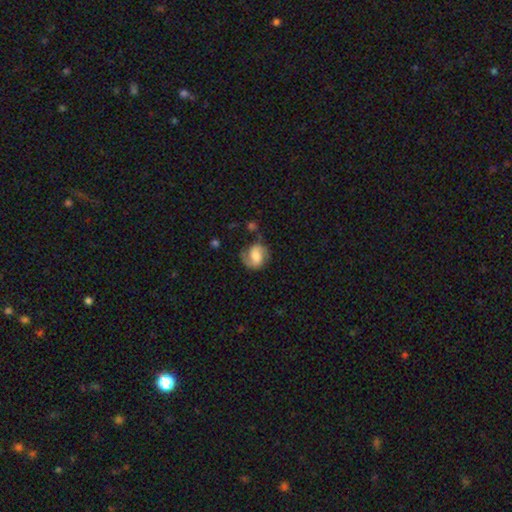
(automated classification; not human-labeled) Smooth or featured? Predicted: featured or disk (p=0.68). Edge-on disk? Predicted: no (p=0.98). Bar? Predicted: weak (p=0.44). Spiral arms? Predicted: yes (p=0.93). Spiral winding? Predicted: medium (p=0.48). Spiral arm count? Predicted: 2 (p=0.84). Bulge size? Predicted: moderate (p=0.37). Merging? Predicted: none (p=0.66).